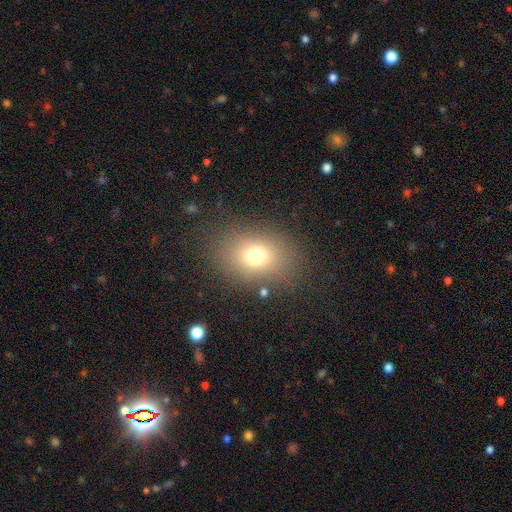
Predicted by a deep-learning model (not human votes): Smooth or featured? smooth (72%)
How rounded? in between (63%)
Merging? none (82%)